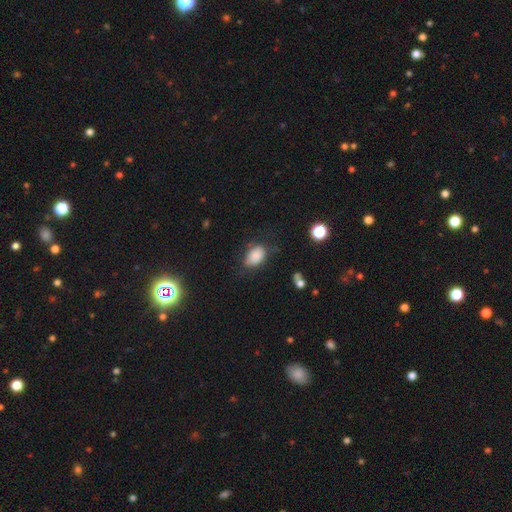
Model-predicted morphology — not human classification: A smooth galaxy with no disk features (83%) that is in between round and cigar-shaped (83%).

Vote fractions:
- Smooth or featured? smooth: 83% / star or artifact: 9% / featured or disk: 8%
- How rounded? in between: 83% / round: 15% / cigar-shaped: 1%
- Merging? none: 58% / minor disturbance: 28% / major disturbance: 11% / merger: 3%